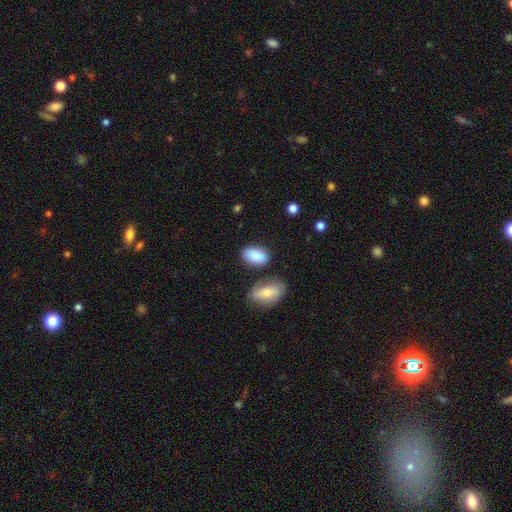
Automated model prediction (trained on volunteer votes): This is clearly a smooth galaxy (88%). How rounded: clearly in between (92%). Merging: likely none (71%).